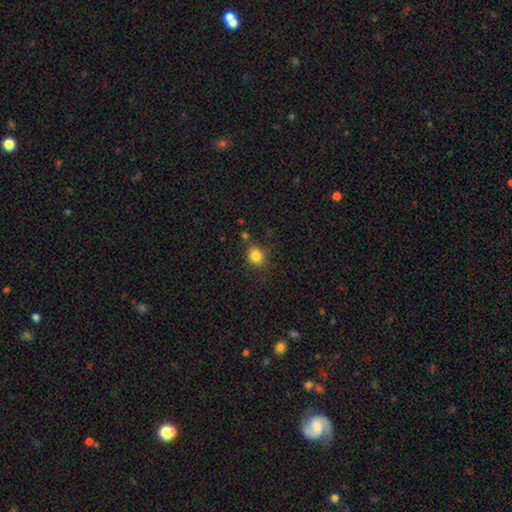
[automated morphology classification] This is clearly a smooth galaxy (83%). How rounded: likely round (73%). Merging: likely none (76%).